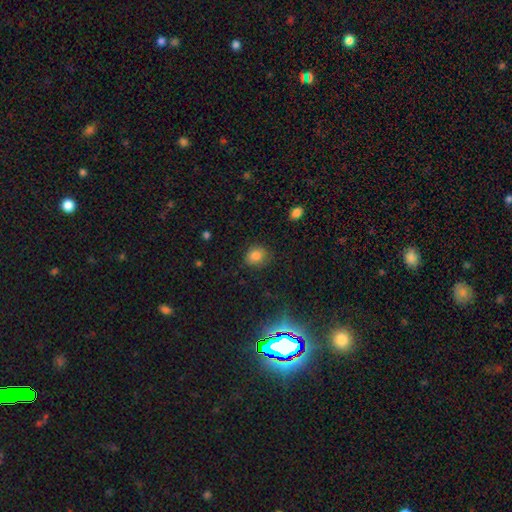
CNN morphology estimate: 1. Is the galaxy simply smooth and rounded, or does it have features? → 82% smooth, 13% star or artifact, 6% featured or disk.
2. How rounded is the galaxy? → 63% round, 36% in between, 1% cigar-shaped.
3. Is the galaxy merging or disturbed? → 80% none, 14% minor disturbance, 4% major disturbance, 1% merger.